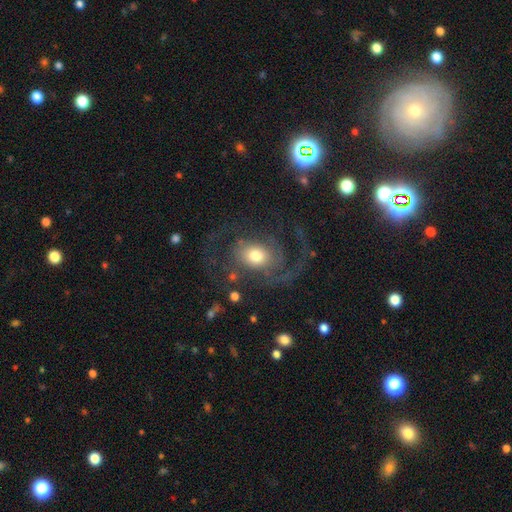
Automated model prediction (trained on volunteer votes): Q: Smooth or featured?
A: featured or disk (69%); runner-up: smooth (23%)
Q: Edge-on disk?
A: no (97%); runner-up: yes (3%)
Q: Bar?
A: no (77%); runner-up: weak (18%)
Q: Spiral arms?
A: yes (84%); runner-up: no (16%)
Q: Spiral winding?
A: medium (43%); runner-up: loose (37%)
Q: Spiral arm count?
A: 2 (48%); runner-up: can't tell (16%)
Q: Bulge size?
A: moderate (61%); runner-up: small (17%)
Q: Merging?
A: none (49%); runner-up: major disturbance (33%)